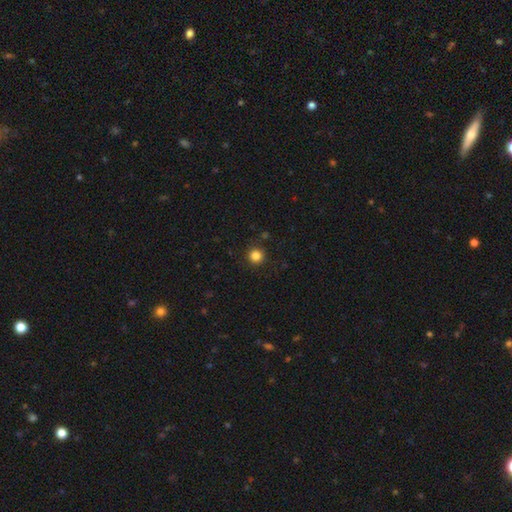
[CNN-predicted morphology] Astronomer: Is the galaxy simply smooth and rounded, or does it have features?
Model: smooth — 84%.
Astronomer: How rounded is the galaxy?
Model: round — 95%.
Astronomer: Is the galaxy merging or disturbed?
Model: none — 91%.